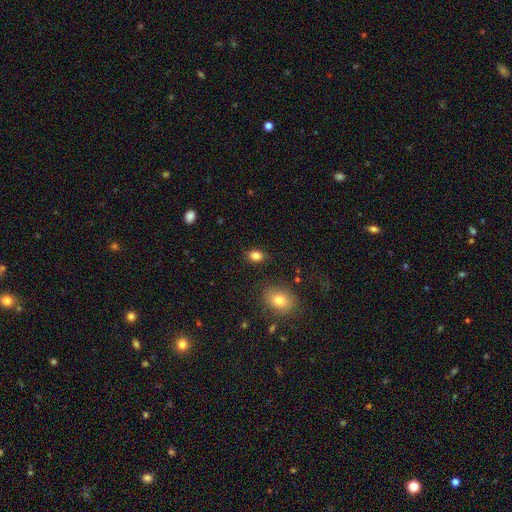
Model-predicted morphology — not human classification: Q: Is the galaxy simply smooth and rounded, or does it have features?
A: smooth — 84%.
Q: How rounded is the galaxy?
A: in between — 70%.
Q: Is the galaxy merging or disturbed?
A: none — 85%.